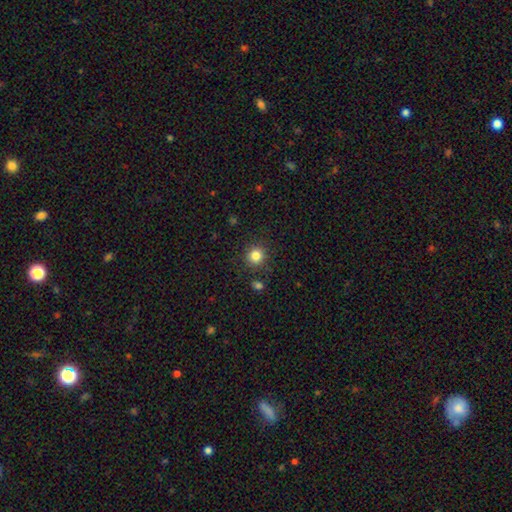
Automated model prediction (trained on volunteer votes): This appears to be a smooth galaxy with no disk features (83%) that is round (92%). Merging: none (87%).